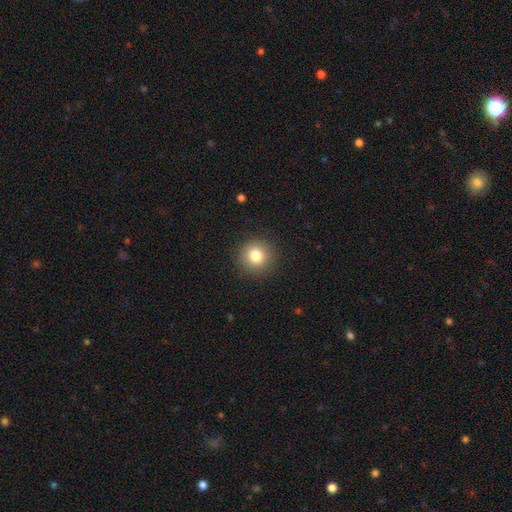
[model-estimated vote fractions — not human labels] Smooth or featured: smooth — 81% (star or artifact — 11%)
How rounded: round — 94% (in between — 5%)
Merging: none — 90% (minor disturbance — 6%)